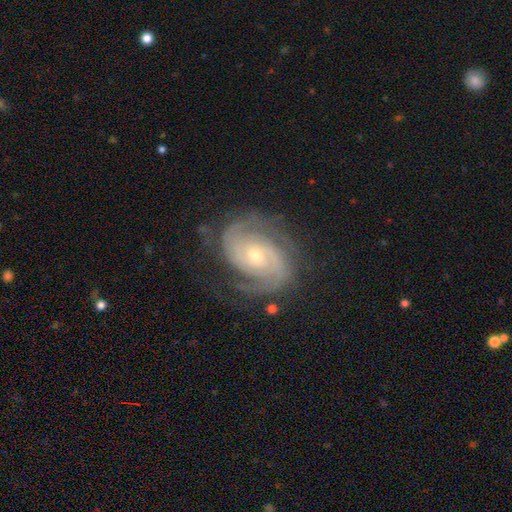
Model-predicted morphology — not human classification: Smooth or featured? Predicted: featured or disk (p=0.91). Edge-on disk? Predicted: no (p=0.97). Bar? Predicted: no (p=0.57). Spiral arms? Predicted: yes (p=0.98). Spiral winding? Predicted: tight (p=0.65). Spiral arm count? Predicted: 2 (p=0.65). Bulge size? Predicted: moderate (p=0.53). Merging? Predicted: none (p=0.74).